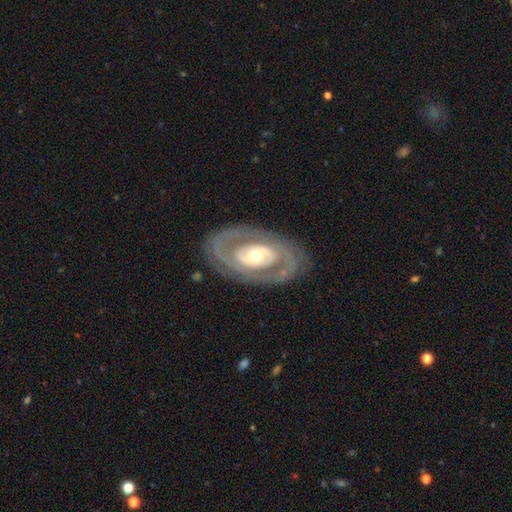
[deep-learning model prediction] This appears to be a featured or disk galaxy (80%) with no bar (63%), spiral arms (63%) and a moderate central bulge (62%). Merging: none (81%).